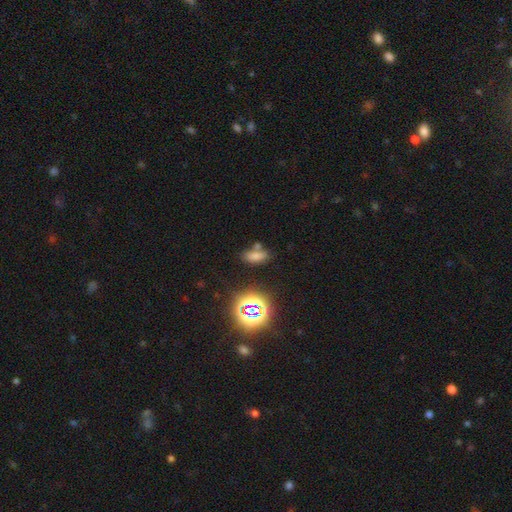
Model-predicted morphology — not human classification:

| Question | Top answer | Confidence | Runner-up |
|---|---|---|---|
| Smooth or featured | smooth | 65% | star or artifact (26%) |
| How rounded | in between | 83% | cigar-shaped (10%) |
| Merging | none | 65% | merger (16%) |